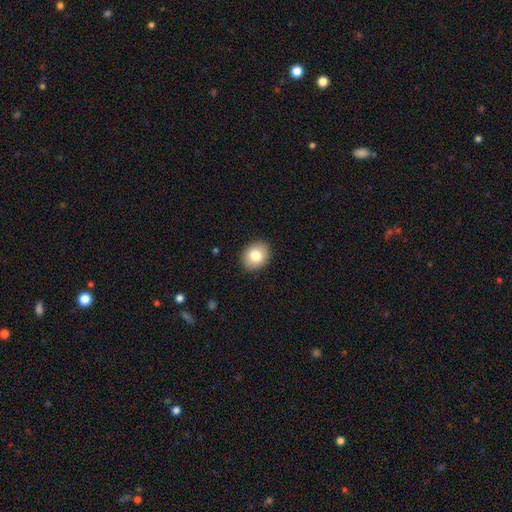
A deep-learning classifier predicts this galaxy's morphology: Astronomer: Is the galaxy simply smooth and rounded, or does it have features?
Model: smooth — 81%.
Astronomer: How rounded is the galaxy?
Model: in between — 50% (runner-up: round, 49%).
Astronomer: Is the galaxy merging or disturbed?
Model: none — 90%.